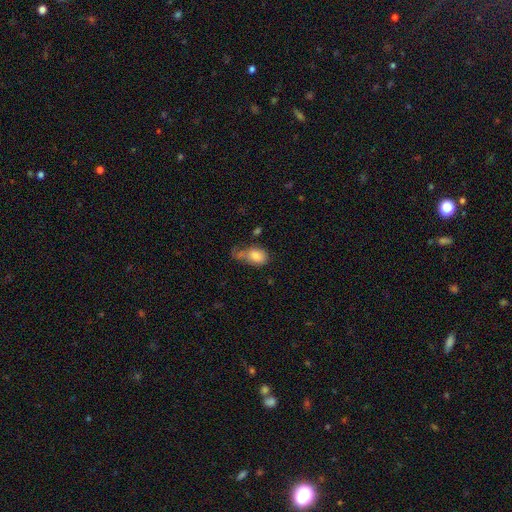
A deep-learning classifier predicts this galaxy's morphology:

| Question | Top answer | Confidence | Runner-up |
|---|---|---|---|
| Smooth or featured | smooth | 80% | featured or disk (12%) |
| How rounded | in between | 85% | round (14%) |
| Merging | none | 33% | minor disturbance (27%) |